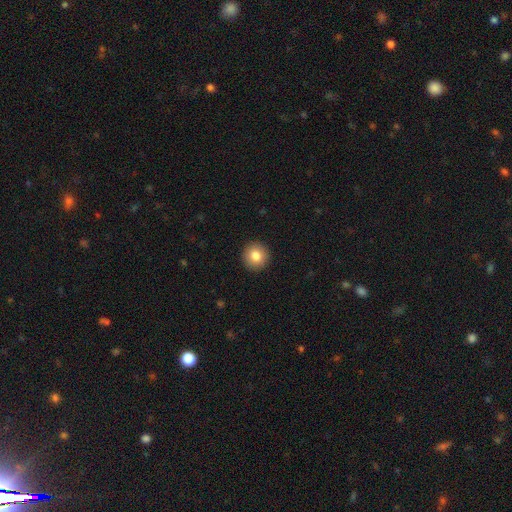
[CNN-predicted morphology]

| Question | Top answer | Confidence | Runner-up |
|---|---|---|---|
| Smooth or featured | smooth | 83% | star or artifact (9%) |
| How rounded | round | 94% | in between (5%) |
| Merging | none | 93% | minor disturbance (4%) |